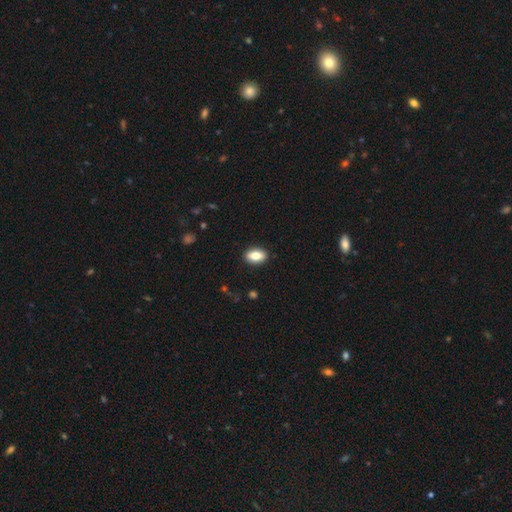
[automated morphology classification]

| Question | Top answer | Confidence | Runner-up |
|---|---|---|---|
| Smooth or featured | smooth | 82% | featured or disk (11%) |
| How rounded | in between | 88% | round (10%) |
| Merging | none | 90% | minor disturbance (7%) |